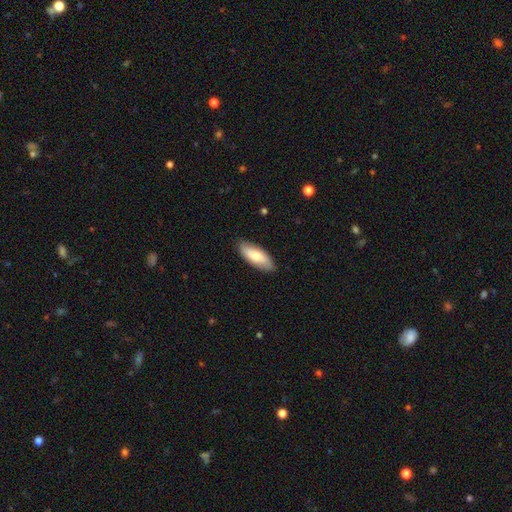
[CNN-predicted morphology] type=smooth (70%); roundness=in between (78%); merging=none (86%).